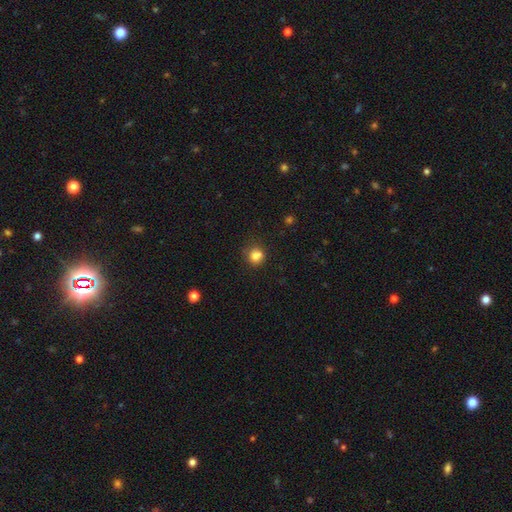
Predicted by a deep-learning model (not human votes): Overall: smooth (80%). How rounded: round (83%). Merging: none (63%).